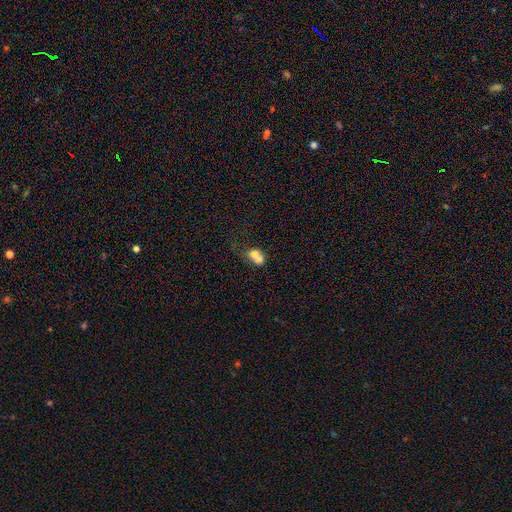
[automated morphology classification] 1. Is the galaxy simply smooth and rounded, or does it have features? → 67% smooth, 22% featured or disk, 11% star or artifact.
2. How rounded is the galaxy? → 50% round, 48% in between, 2% cigar-shaped.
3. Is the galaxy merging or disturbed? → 68% merger, 18% none, 8% minor disturbance, 6% major disturbance.